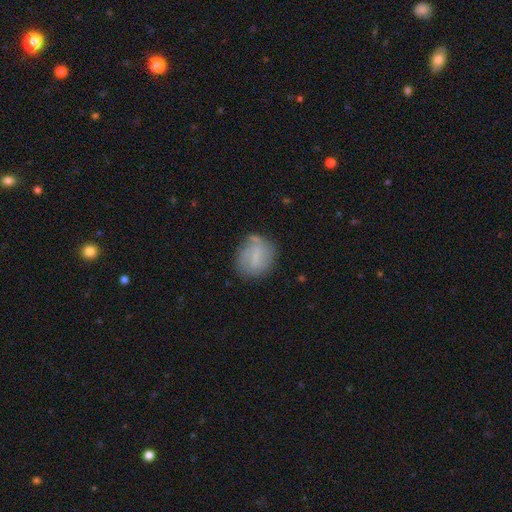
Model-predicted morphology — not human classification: Overall: smooth (51%; featured or disk 41%). How rounded: round (60%; in between 39%). Merging: none (65%).